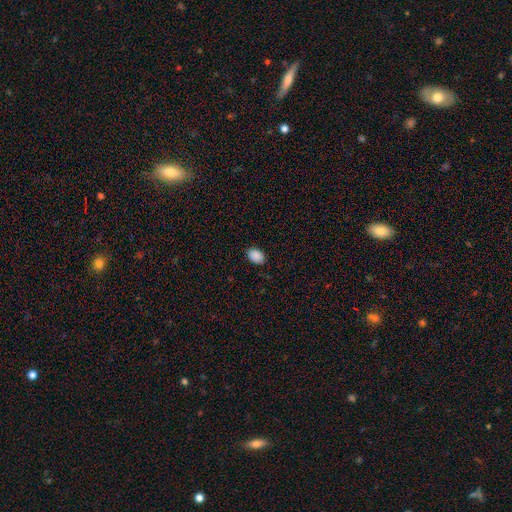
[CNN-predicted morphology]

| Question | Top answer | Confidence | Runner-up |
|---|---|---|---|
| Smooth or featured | smooth | 89% | star or artifact (8%) |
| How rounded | in between | 83% | round (16%) |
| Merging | none | 88% | minor disturbance (9%) |